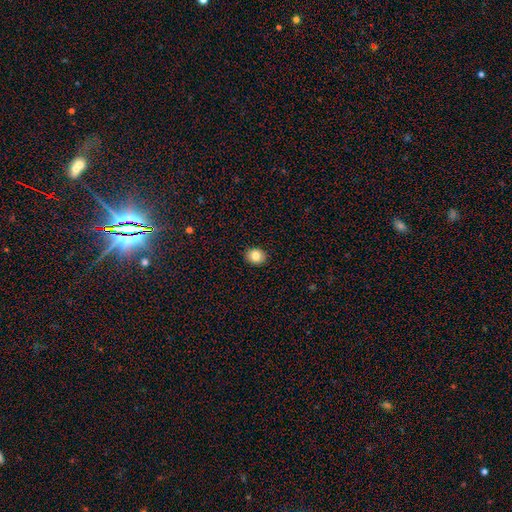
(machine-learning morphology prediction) Smooth or featured: smooth — 84% (star or artifact — 9%)
How rounded: round — 62% (in between — 38%)
Merging: none — 91% (minor disturbance — 7%)